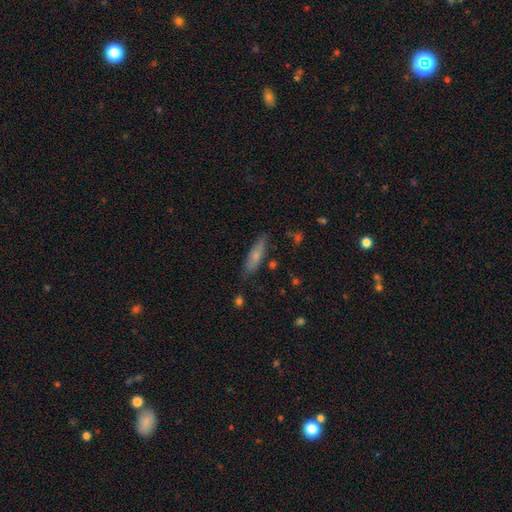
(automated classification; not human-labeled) Overall: smooth (70%). How rounded: cigar-shaped (64%; in between 34%). Merging: none (80%).